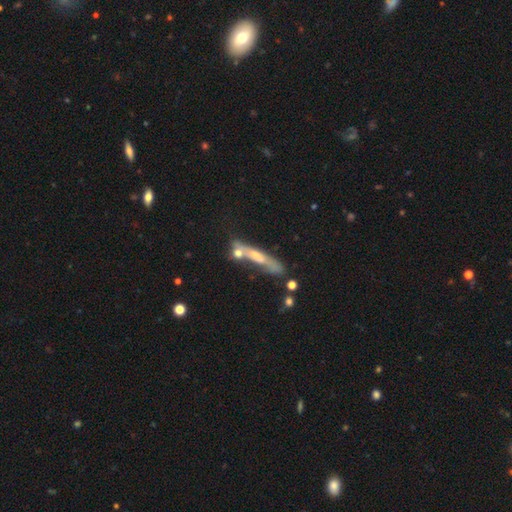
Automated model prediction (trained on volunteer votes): Smooth or featured: featured or disk — 51% (smooth — 38%)
Edge-on disk: yes — 69% (no — 31%)
Merging: none — 41% (merger — 28%)